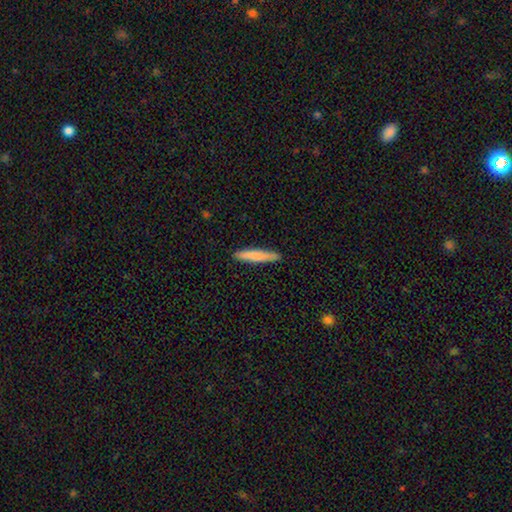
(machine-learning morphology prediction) Smooth or featured?
  - smooth: 77% *
  - featured or disk: 18%
  - star or artifact: 5%
How rounded?
  - cigar-shaped: 93% *
  - in between: 6%
  - round: 1%
Merging?
  - none: 91% *
  - minor disturbance: 7%
  - major disturbance: 1%
  - merger: 1%